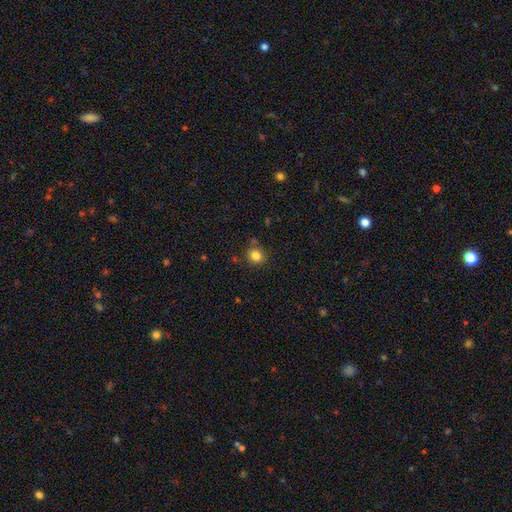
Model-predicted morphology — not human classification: Smooth or featured? smooth (82%)
How rounded? round (85%)
Merging? none (79%)